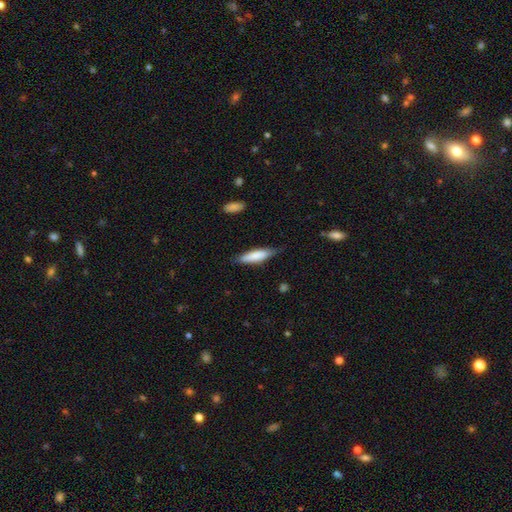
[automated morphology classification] This appears to be a smooth galaxy with no disk features (77%) that is cigar-shaped (67%). Merging: none (75%).